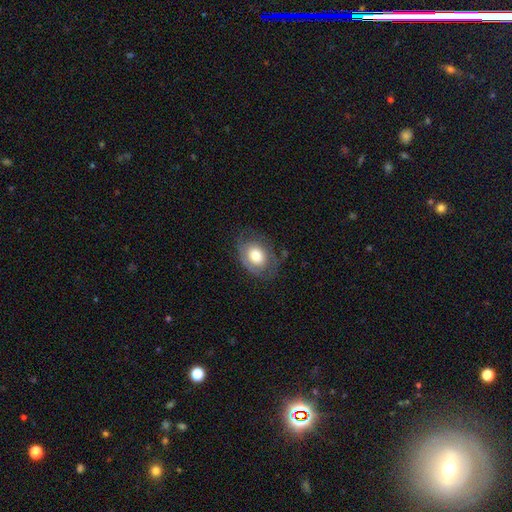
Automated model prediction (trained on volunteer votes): Smooth or featured?
  - smooth: 61% *
  - featured or disk: 32%
  - star or artifact: 7%
How rounded?
  - in between: 66% *
  - round: 33%
  - cigar-shaped: 1%
Merging?
  - none: 64% *
  - minor disturbance: 23%
  - major disturbance: 12%
  - merger: 1%